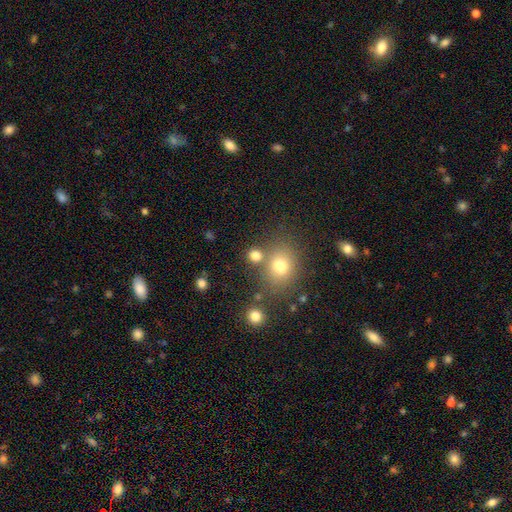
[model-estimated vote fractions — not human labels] Smooth or featured?
  - smooth: 77% *
  - star or artifact: 15%
  - featured or disk: 8%
How rounded?
  - round: 76% *
  - in between: 23%
  - cigar-shaped: 1%
Merging?
  - none: 66% *
  - merger: 20%
  - minor disturbance: 10%
  - major disturbance: 4%